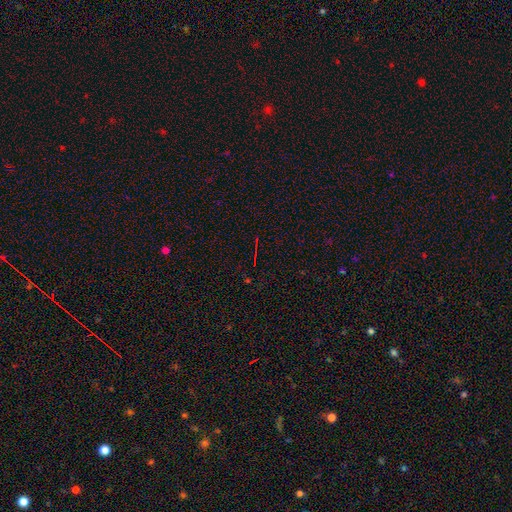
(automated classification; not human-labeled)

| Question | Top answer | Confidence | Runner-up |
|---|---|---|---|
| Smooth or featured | star or artifact | 72% | featured or disk (14%) |